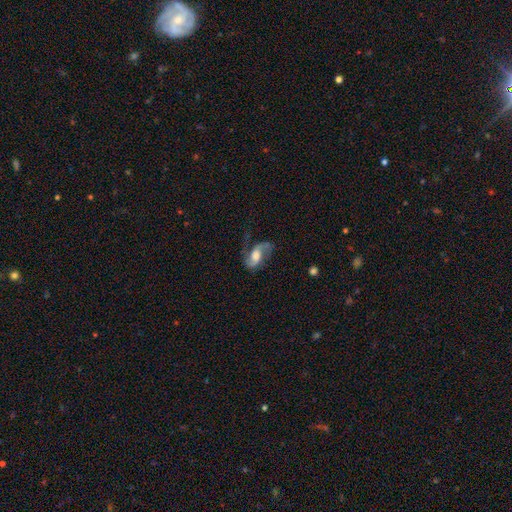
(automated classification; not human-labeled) Morphology: type=featured or disk (82%); edge-on=no (96%); bar=no (46%); spiral arms=yes (95%); winding=loose (50%); arm count=2 (90%); bulge=moderate (45%); merging=none (62%).